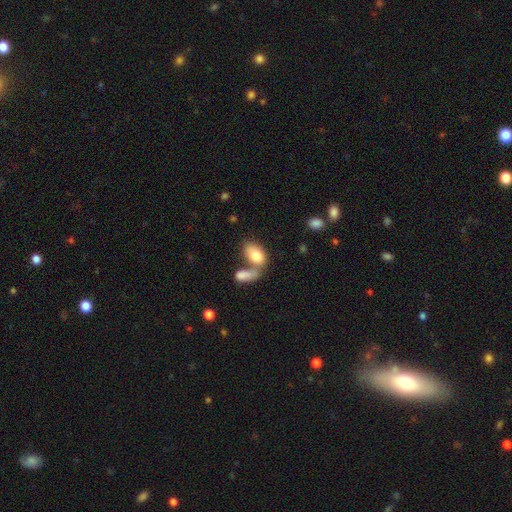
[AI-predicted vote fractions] This appears to be a smooth galaxy with no disk features (80%) that is in between round and cigar-shaped (91%). Merging: merger (52%).